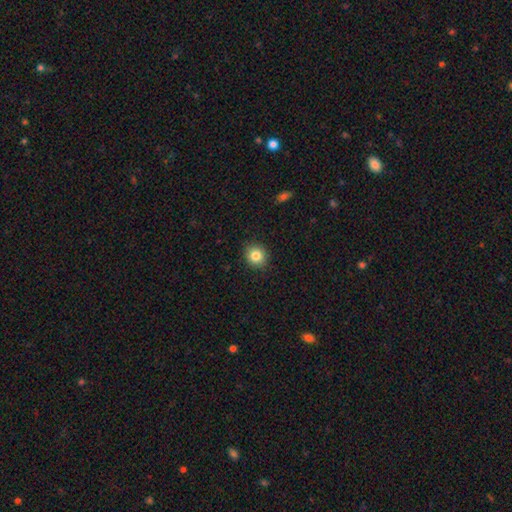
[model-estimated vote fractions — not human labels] smooth-or-featured: smooth: 84% | star or artifact: 10% | featured or disk: 6%
  how-rounded: round: 84% | in between: 15% | cigar-shaped: 1%
  merging: none: 91% | minor disturbance: 7% | major disturbance: 2% | merger: 1%